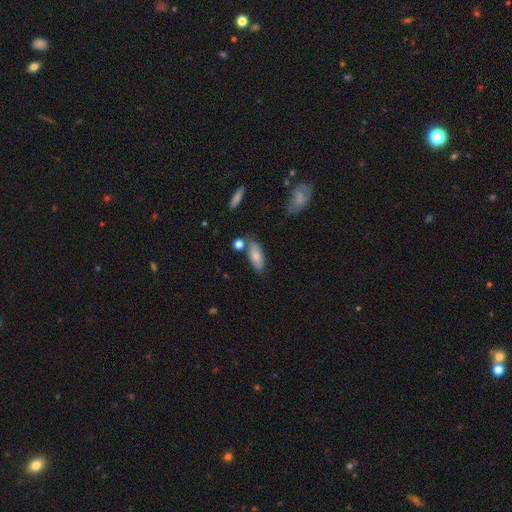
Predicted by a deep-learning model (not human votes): A smooth galaxy with no disk features (77%) that is in between round and cigar-shaped (79%).

Vote fractions:
- Smooth or featured? smooth: 77% / featured or disk: 16% / star or artifact: 7%
- How rounded? in between: 79% / cigar-shaped: 18% / round: 3%
- Merging? none: 67% / minor disturbance: 19% / merger: 10% / major disturbance: 5%